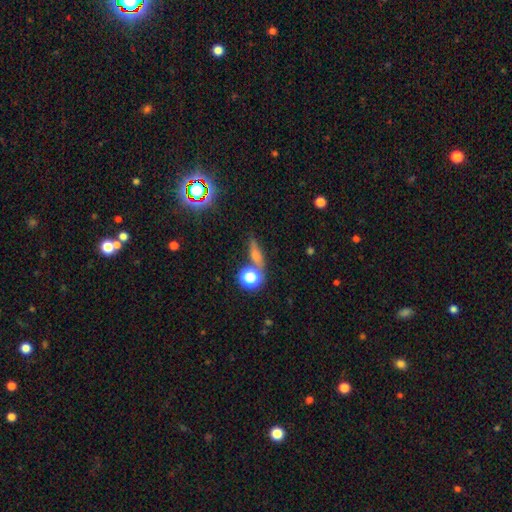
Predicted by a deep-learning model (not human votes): smooth 46%, featured or disk 27%, star or artifact 27%. Down the decision tree: merging — none (71%).